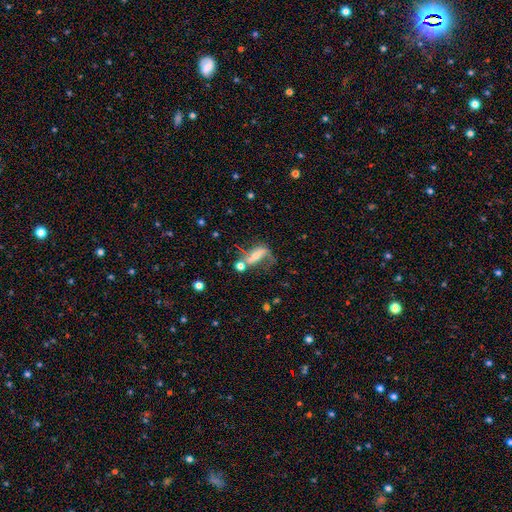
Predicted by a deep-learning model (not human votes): Overall: featured or disk (57%; smooth 33%). Edge-on disk: no (85%). Merging: none (32%; major disturbance 28%).